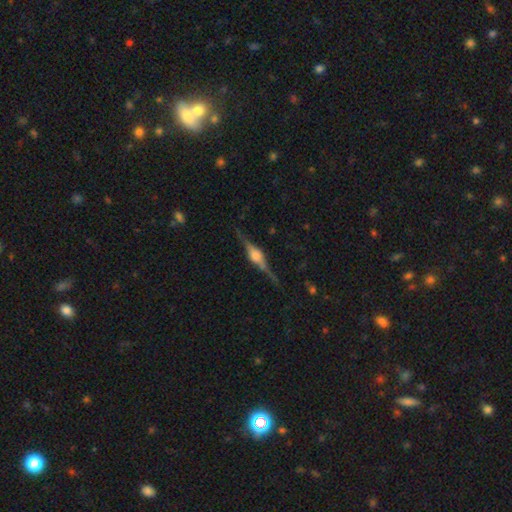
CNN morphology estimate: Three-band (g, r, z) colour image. It shows a featured or disk galaxy (85%) viewed edge-on (98%) with a rounded central bulge (86%). Merging: none (85%).